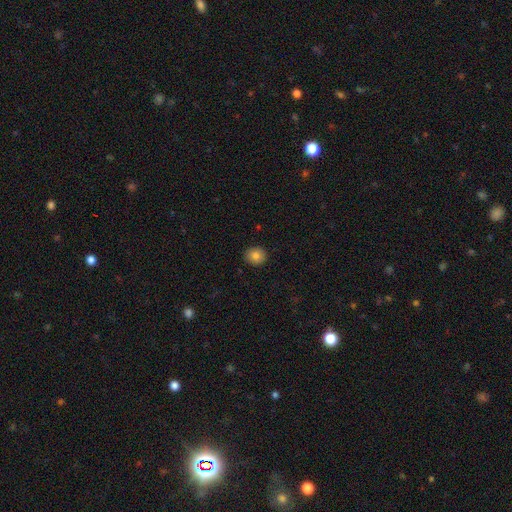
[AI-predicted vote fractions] Smooth or featured: smooth — 83% (star or artifact — 10%)
How rounded: round — 78% (in between — 21%)
Merging: none — 90% (minor disturbance — 7%)